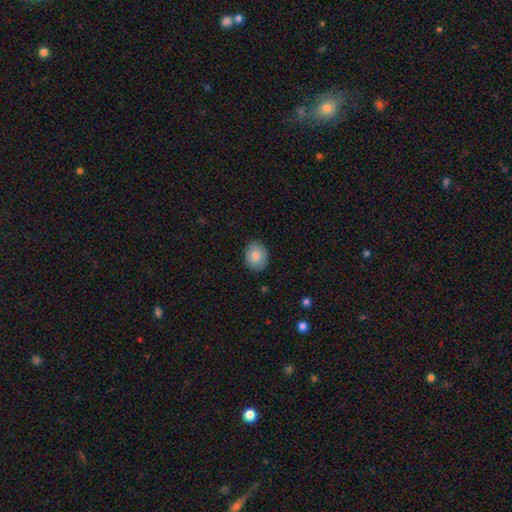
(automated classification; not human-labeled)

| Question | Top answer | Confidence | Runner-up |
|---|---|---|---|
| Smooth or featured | smooth | 83% | featured or disk (9%) |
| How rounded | round | 53% | in between (46%) |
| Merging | none | 86% | minor disturbance (11%) |